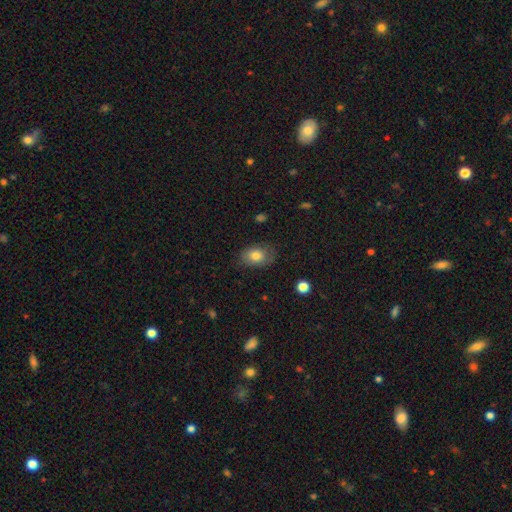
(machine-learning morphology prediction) This appears to be a smooth galaxy with no disk features (78%) that is in between round and cigar-shaped (78%). Merging: none (74%).